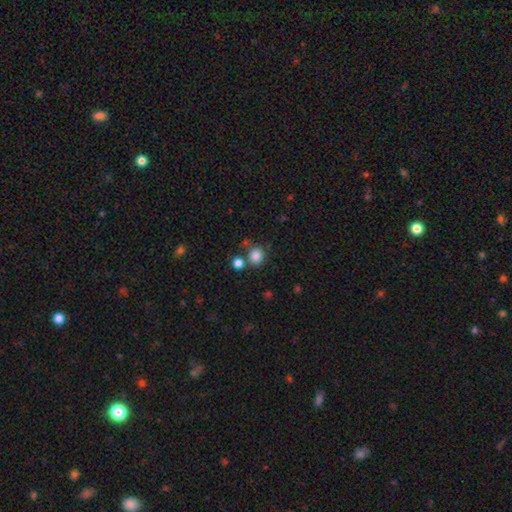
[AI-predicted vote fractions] This is clearly a smooth galaxy (84%). How rounded: clearly round (84%). Merging: likely none (73%).